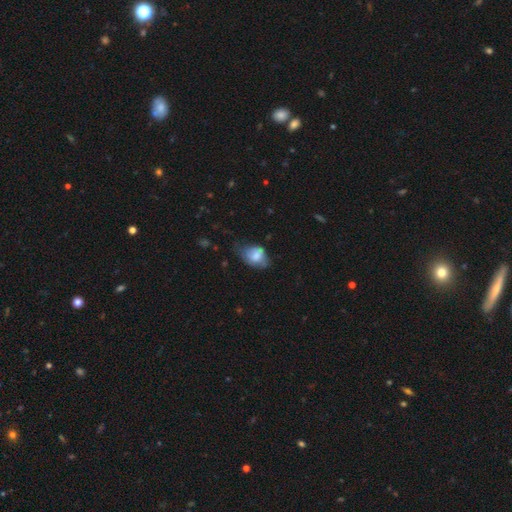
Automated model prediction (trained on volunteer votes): This is likely a smooth galaxy (71%). How rounded: likely in between (68%). Merging: marginally minor disturbance (39%).